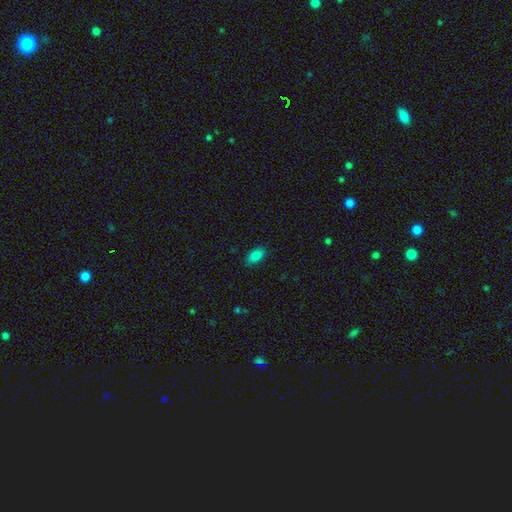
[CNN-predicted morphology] smooth-or-featured: smooth: 85% | star or artifact: 10% | featured or disk: 5%
  how-rounded: in between: 92% | round: 5% | cigar-shaped: 3%
  merging: none: 86% | minor disturbance: 10% | major disturbance: 2% | merger: 1%